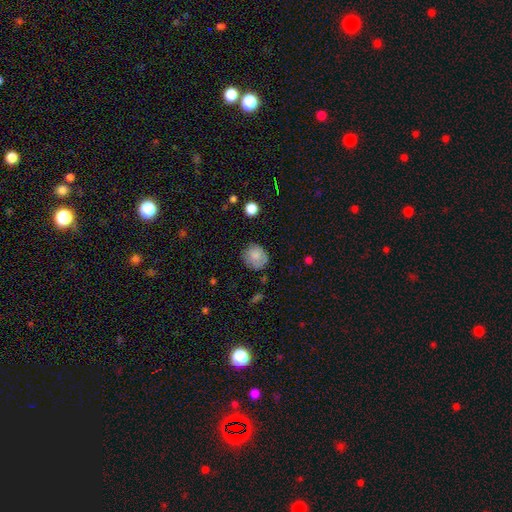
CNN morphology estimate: Overall: smooth (79%). How rounded: round (76%). Merging: none (71%).